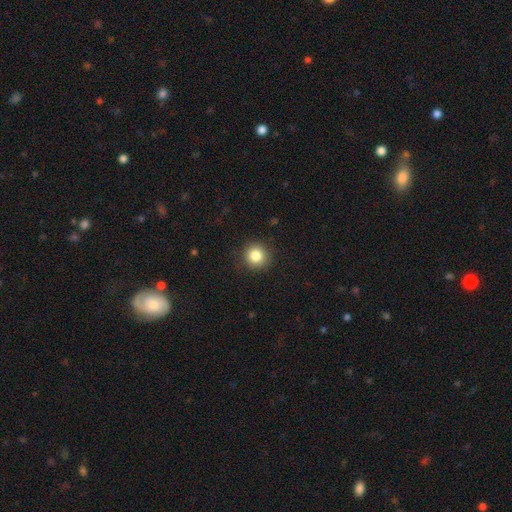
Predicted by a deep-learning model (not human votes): Smooth or featured? Predicted: smooth (p=0.84). How rounded? Predicted: round (p=0.93). Merging? Predicted: none (p=0.90).